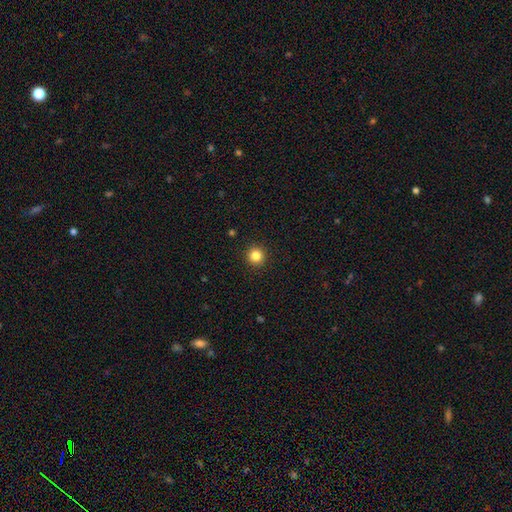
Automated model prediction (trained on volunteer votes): Morphology: type=smooth (84%); roundness=round (94%); merging=none (93%).